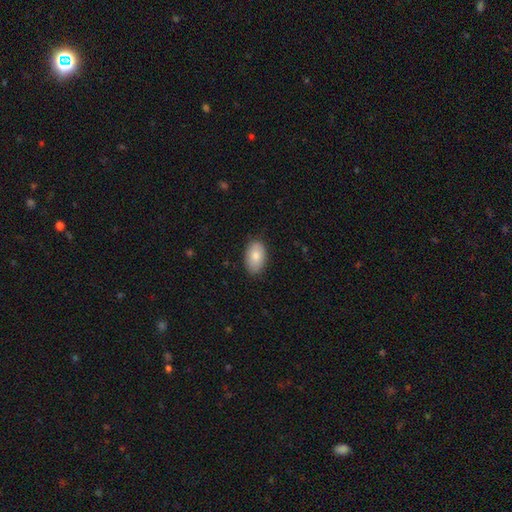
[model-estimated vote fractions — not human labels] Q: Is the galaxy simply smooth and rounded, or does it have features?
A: smooth — 82%.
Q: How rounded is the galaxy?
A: in between — 92%.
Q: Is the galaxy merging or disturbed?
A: none — 84%.